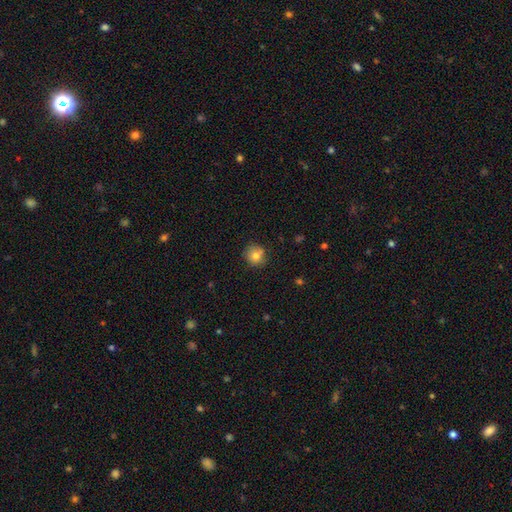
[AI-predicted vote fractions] smooth_or_featured: smooth (p=0.79) [alt: star or artifact p=0.11]
how_rounded: round (p=0.90) [alt: in between p=0.09]
merging: none (p=0.77) [alt: minor disturbance p=0.13]